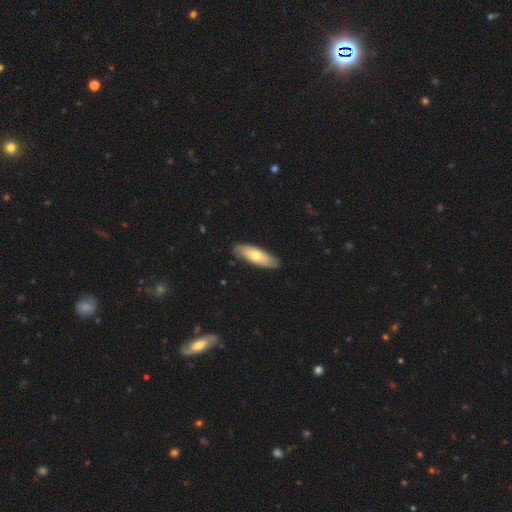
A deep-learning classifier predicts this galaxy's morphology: type=smooth (60%); roundness=in between (66%); merging=none (85%).